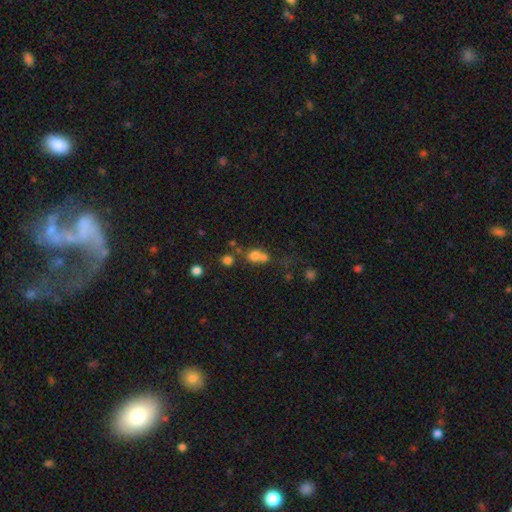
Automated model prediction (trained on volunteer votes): Q: Smooth or featured?
A: smooth (71%); runner-up: star or artifact (15%)
Q: How rounded?
A: round (73%); runner-up: in between (26%)
Q: Merging?
A: merger (52%); runner-up: none (35%)